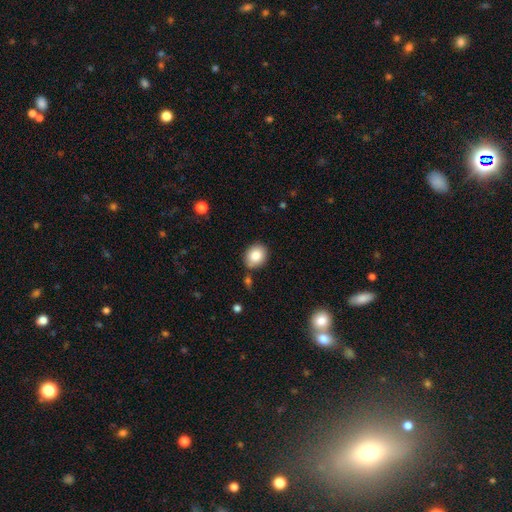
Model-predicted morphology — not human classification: The model was most divided on "how rounded": round: 53%, in between: 46%, cigar-shaped: 1%. More confident: smooth or featured — smooth (85%); merging — none (78%).